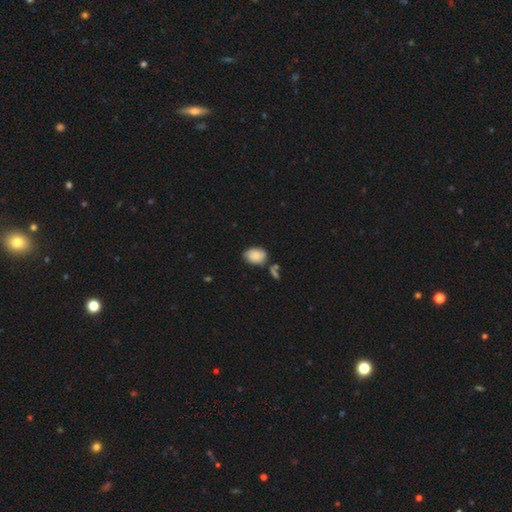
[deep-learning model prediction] Smooth or featured? Predicted: smooth (p=0.84). How rounded? Predicted: in between (p=0.76). Merging? Predicted: none (p=0.61).